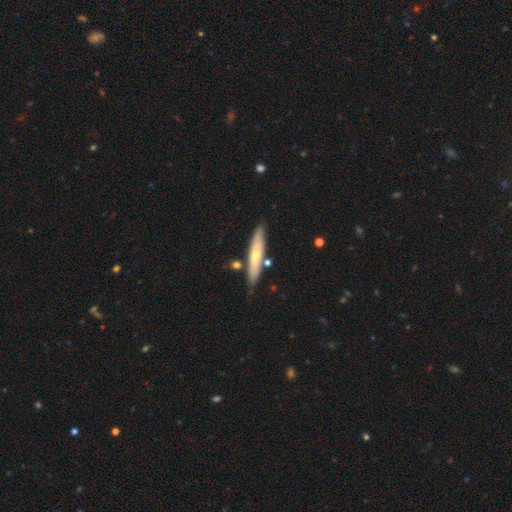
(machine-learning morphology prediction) This is possibly a smooth galaxy (53%). How rounded: clearly cigar-shaped (88%). Merging: clearly none (80%).